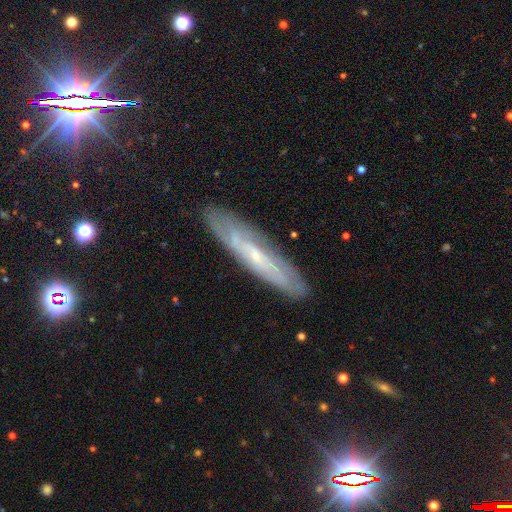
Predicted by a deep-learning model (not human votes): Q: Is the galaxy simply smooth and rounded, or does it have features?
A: featured or disk — 68%.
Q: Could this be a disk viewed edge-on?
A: no — 51%.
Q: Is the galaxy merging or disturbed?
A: none — 84%.